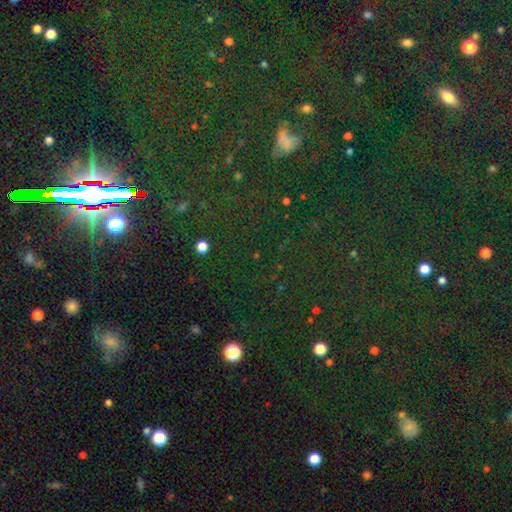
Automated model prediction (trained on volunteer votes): This is clearly a star or artifact rather than a galaxy (81%).